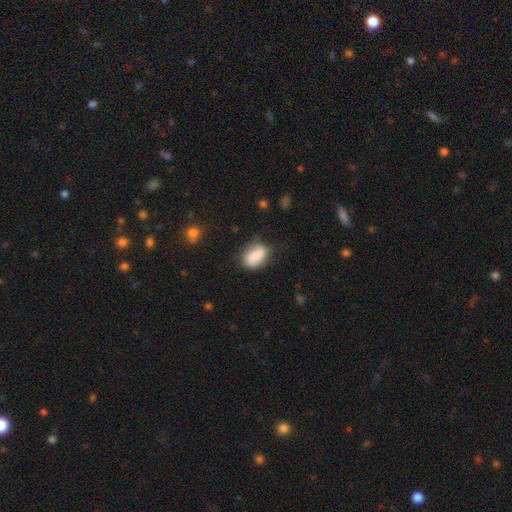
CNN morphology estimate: Smooth or featured? Predicted: smooth (p=0.77). How rounded? Predicted: in between (p=0.79). Merging? Predicted: none (p=0.64).